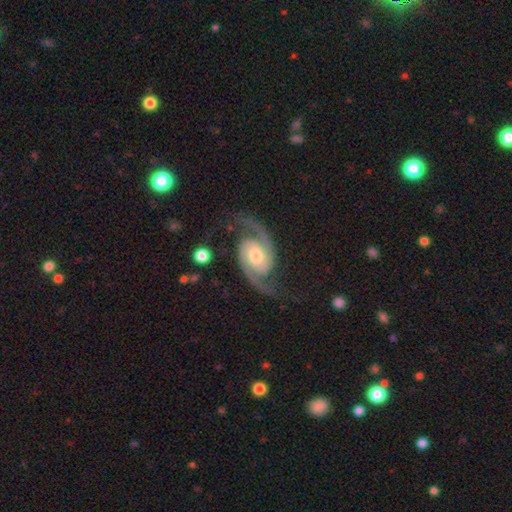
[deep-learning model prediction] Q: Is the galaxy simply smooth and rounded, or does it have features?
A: featured or disk — 93%.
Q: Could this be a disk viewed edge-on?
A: no — 98%.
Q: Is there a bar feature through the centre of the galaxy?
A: no — 60%.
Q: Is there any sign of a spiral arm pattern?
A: yes — 99%.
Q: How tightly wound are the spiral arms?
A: medium — 56%.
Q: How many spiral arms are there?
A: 2 — 95%.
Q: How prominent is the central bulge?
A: moderate — 66%.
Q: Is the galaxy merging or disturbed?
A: none — 79%.